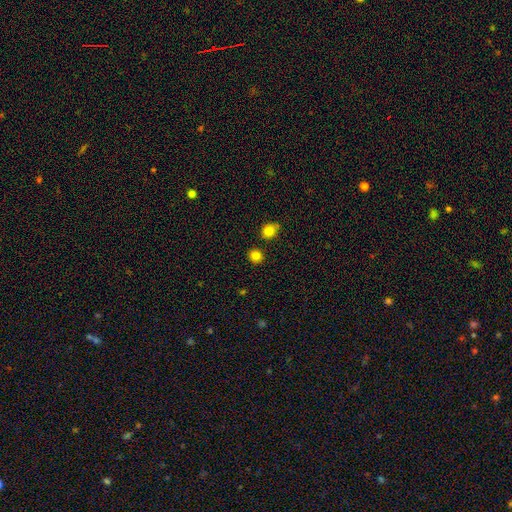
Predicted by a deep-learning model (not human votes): Smooth or featured?
  - smooth: 84% *
  - star or artifact: 12%
  - featured or disk: 5%
How rounded?
  - round: 86% *
  - in between: 13%
  - cigar-shaped: 1%
Merging?
  - none: 86% *
  - minor disturbance: 7%
  - merger: 5%
  - major disturbance: 2%